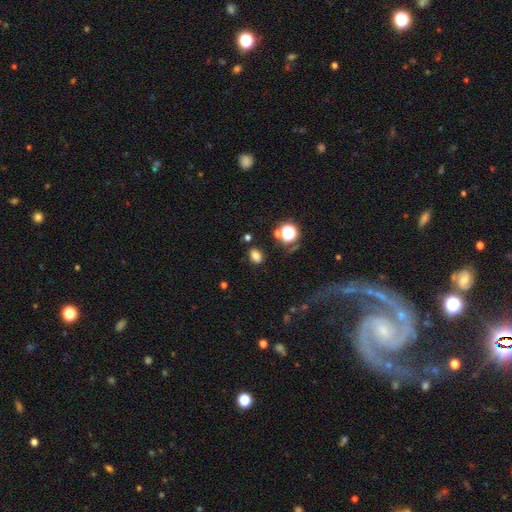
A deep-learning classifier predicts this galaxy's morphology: type=smooth (74%); roundness=in between (75%); merging=none (82%).